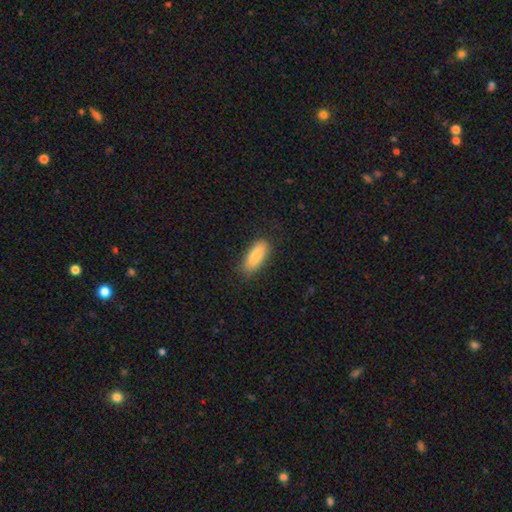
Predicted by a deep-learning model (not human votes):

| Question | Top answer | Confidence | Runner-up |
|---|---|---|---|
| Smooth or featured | smooth | 87% | featured or disk (7%) |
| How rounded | in between | 75% | cigar-shaped (23%) |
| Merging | none | 82% | minor disturbance (14%) |